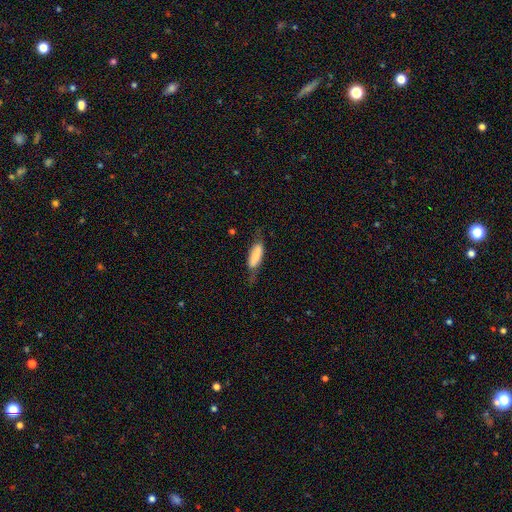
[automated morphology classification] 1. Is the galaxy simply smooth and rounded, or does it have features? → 69% smooth, 24% featured or disk, 7% star or artifact.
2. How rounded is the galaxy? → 61% in between, 36% cigar-shaped, 2% round.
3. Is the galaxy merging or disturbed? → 50% none, 30% minor disturbance, 18% major disturbance, 2% merger.